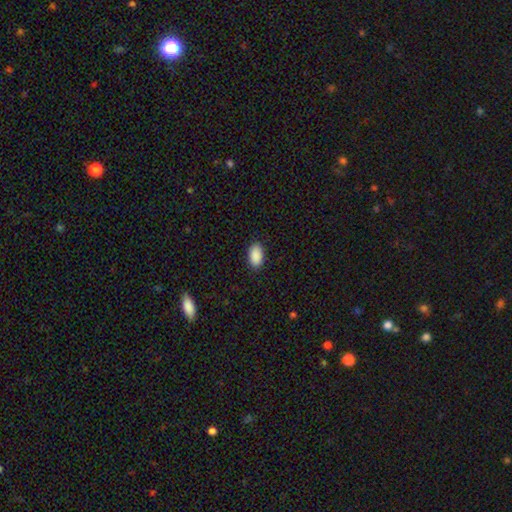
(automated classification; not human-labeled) smooth-or-featured: smooth: 91% | star or artifact: 7% | featured or disk: 3%
  how-rounded: in between: 94% | round: 4% | cigar-shaped: 2%
  merging: none: 89% | minor disturbance: 8% | major disturbance: 2% | merger: 1%